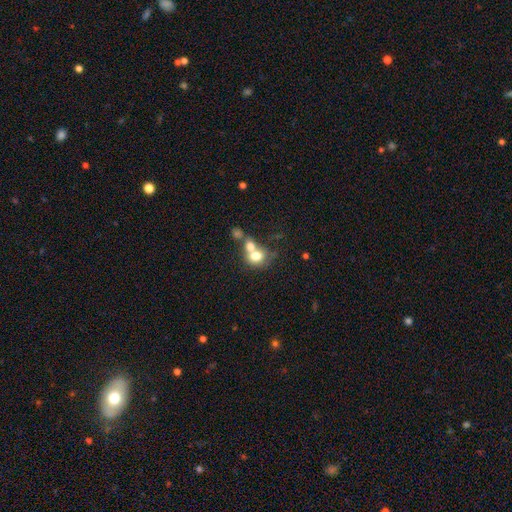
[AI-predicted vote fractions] Smooth or featured? Predicted: smooth (p=0.70). How rounded? Predicted: round (p=0.64). Merging? Predicted: merger (p=0.60).